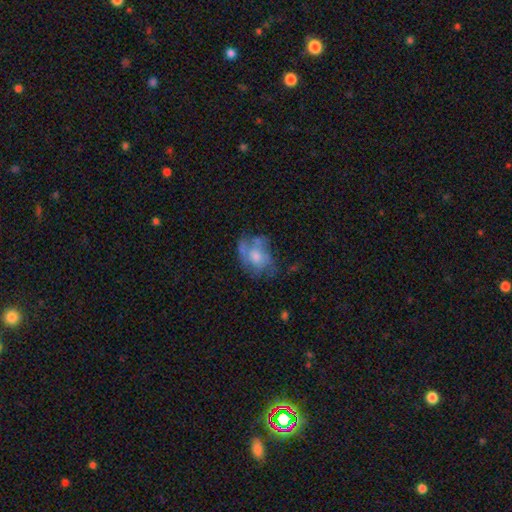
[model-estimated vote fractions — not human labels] smooth-or-featured: featured or disk: 52% | smooth: 39% | star or artifact: 10%
  disk-edge-on: no: 96% | yes: 4%
  merging: none: 45% | minor disturbance: 26% | major disturbance: 22% | merger: 7%